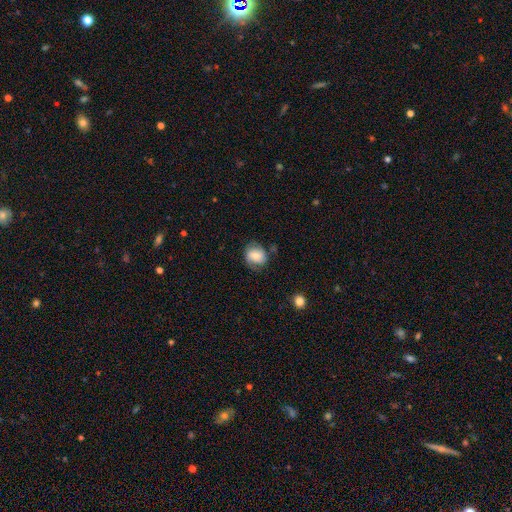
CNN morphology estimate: Smooth or featured?
  - smooth: 63% *
  - featured or disk: 28%
  - star or artifact: 9%
How rounded?
  - round: 66% *
  - in between: 33%
  - cigar-shaped: 1%
Merging?
  - none: 67% *
  - minor disturbance: 23%
  - major disturbance: 8%
  - merger: 2%